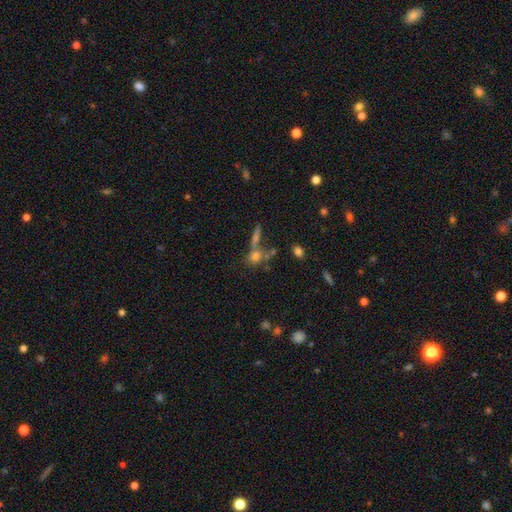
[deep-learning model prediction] Smooth or featured?
  - smooth: 62% *
  - star or artifact: 20%
  - featured or disk: 18%
How rounded?
  - round: 62% *
  - in between: 27%
  - cigar-shaped: 10%
Merging?
  - none: 48% *
  - merger: 33%
  - minor disturbance: 11%
  - major disturbance: 8%